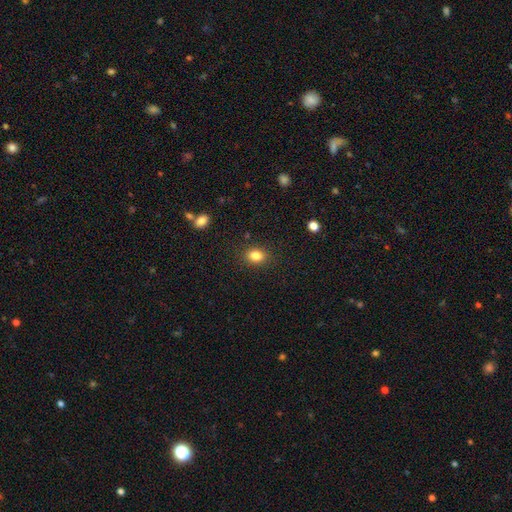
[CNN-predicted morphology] Smooth or featured? Predicted: smooth (p=0.84). How rounded? Predicted: in between (p=0.63). Merging? Predicted: none (p=0.87).